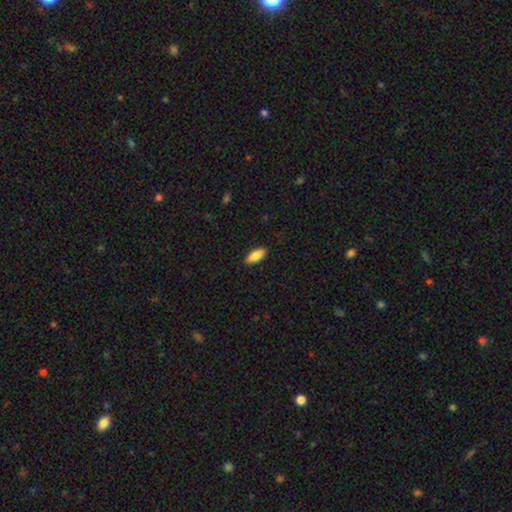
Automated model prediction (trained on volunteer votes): Q: Smooth or featured?
A: smooth (85%); runner-up: featured or disk (10%)
Q: How rounded?
A: in between (81%); runner-up: cigar-shaped (17%)
Q: Merging?
A: none (89%); runner-up: minor disturbance (8%)